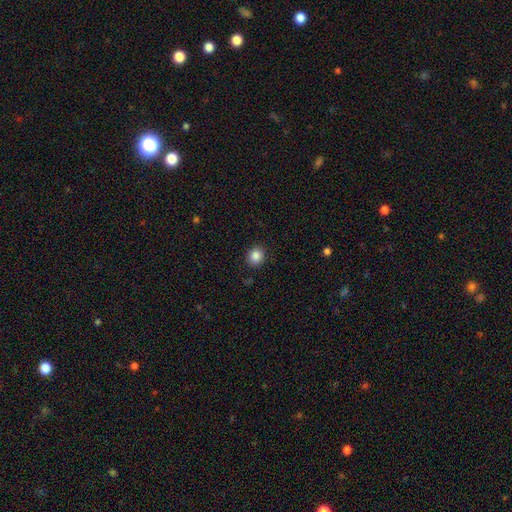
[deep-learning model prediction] The model was most divided on "how rounded": round: 81%, in between: 18%, cigar-shaped: 1%. More confident: merging — none (90%); smooth or featured — smooth (86%).